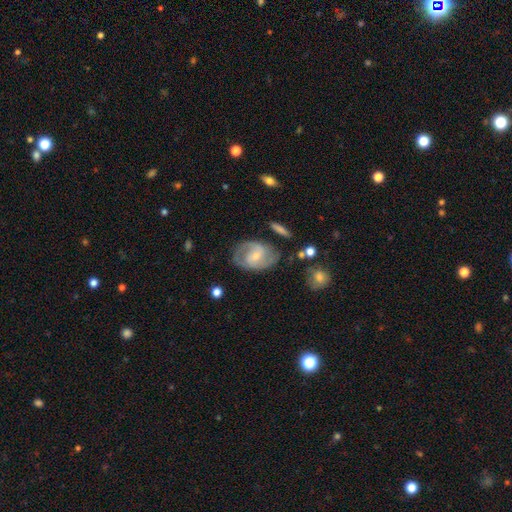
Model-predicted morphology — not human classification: featured or disk 73%, smooth 22%, star or artifact 6%. Down the decision tree: edge-on disk — no (96%); bar — weak (49%); spiral arms — yes (87%); spiral arm count — 2 (76%); spiral winding — medium (49%); bulge size — small (58%); merging — none (67%).